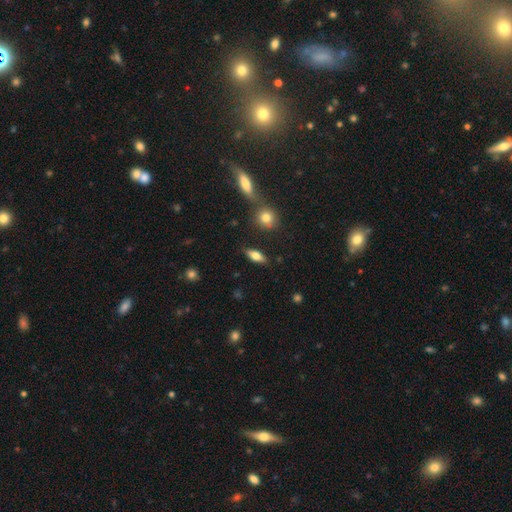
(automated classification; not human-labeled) Morphology: type=smooth (66%); roundness=in between (73%); merging=none (83%).